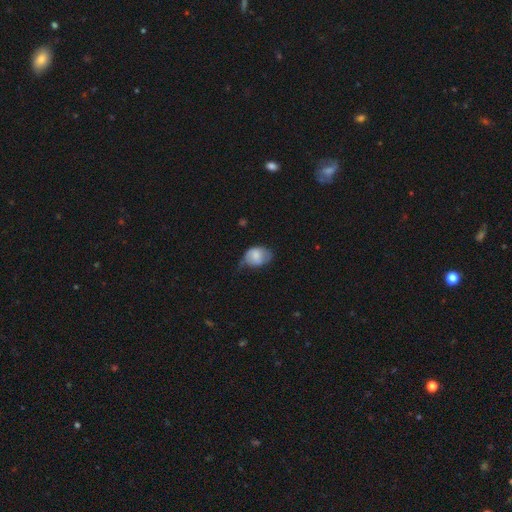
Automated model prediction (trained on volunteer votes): Smooth or featured?
  - smooth: 70% *
  - featured or disk: 23%
  - star or artifact: 7%
How rounded?
  - in between: 72% *
  - round: 27%
  - cigar-shaped: 1%
Merging?
  - minor disturbance: 40% *
  - none: 39%
  - major disturbance: 19%
  - merger: 2%